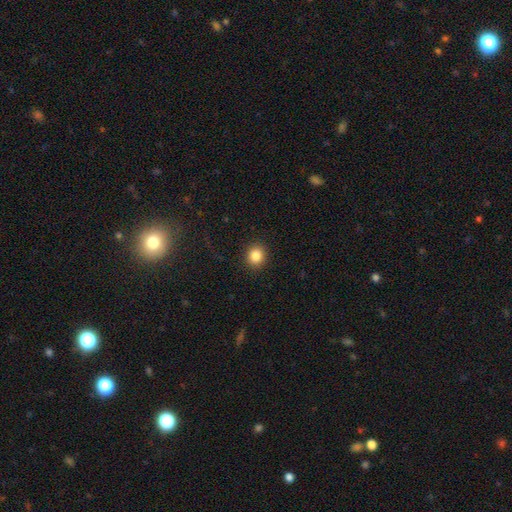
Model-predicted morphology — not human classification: A smooth galaxy with no disk features (85%) that is round (81%). Merging: none (91%).